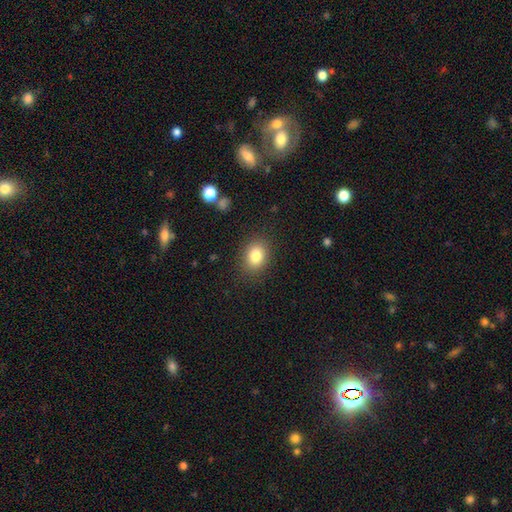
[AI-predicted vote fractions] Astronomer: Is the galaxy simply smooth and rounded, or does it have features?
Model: smooth — 83%.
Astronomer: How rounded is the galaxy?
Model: in between — 60% (runner-up: round, 39%).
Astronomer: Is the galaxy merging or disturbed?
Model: none — 86%.